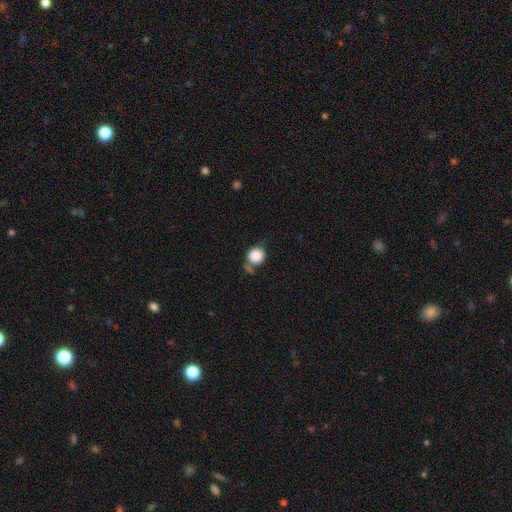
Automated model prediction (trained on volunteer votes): smooth_or_featured: smooth (p=0.85) [alt: star or artifact p=0.08]
how_rounded: round (p=0.82) [alt: in between p=0.16]
merging: none (p=0.53) [alt: minor disturbance p=0.21]